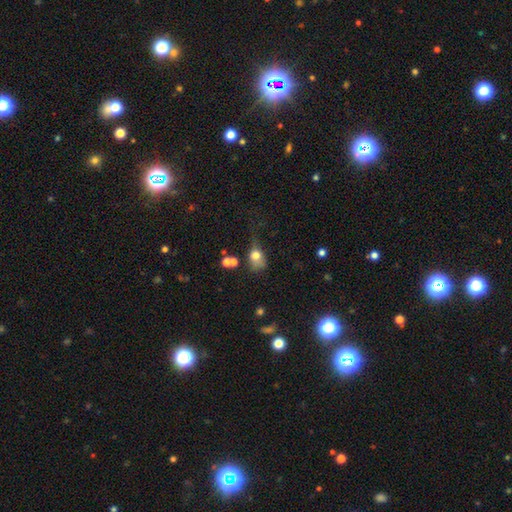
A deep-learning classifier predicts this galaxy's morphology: smooth_or_featured: smooth (p=0.73) [alt: featured or disk p=0.15]
how_rounded: in between (p=0.58) [alt: round p=0.39]
merging: major disturbance (p=0.32) [alt: minor disturbance p=0.30]